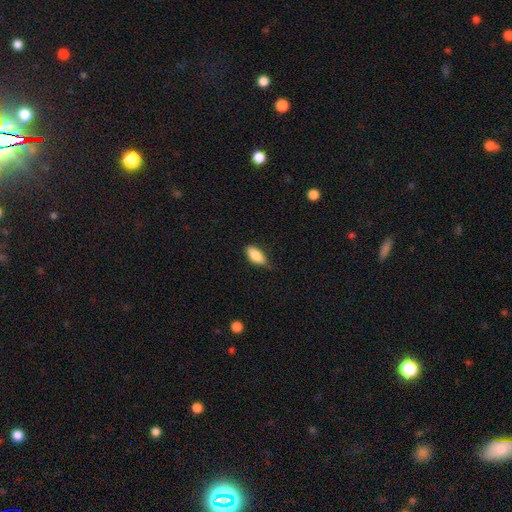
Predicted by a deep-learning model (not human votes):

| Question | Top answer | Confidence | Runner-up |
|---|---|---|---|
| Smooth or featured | smooth | 83% | featured or disk (10%) |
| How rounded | in between | 87% | cigar-shaped (10%) |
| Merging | none | 72% | minor disturbance (24%) |